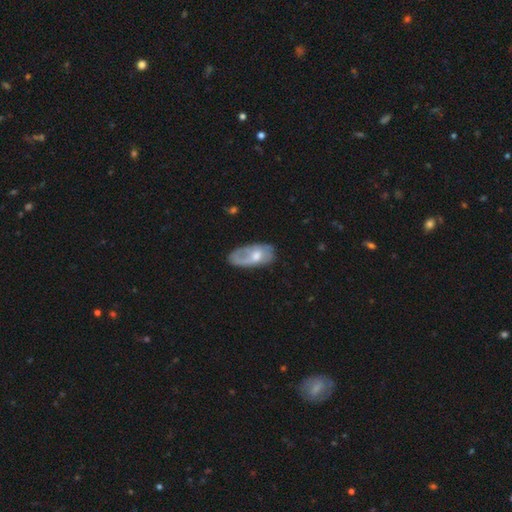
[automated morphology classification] This is possibly a featured or disk galaxy (50%). It is clearly not viewed edge-on (92%). Merging: marginally none (44%).